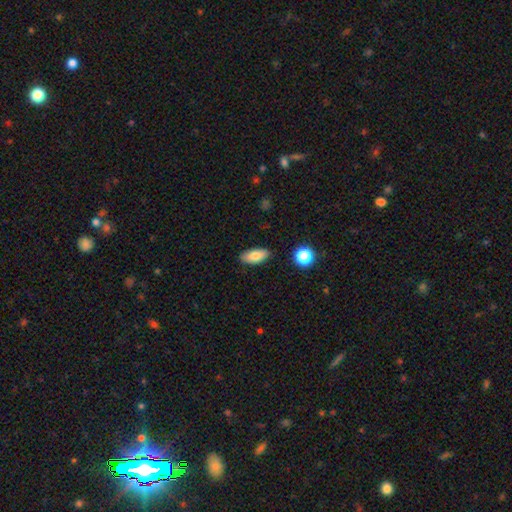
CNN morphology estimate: Smooth or featured? smooth (83%)
How rounded? in between (87%)
Merging? none (86%)